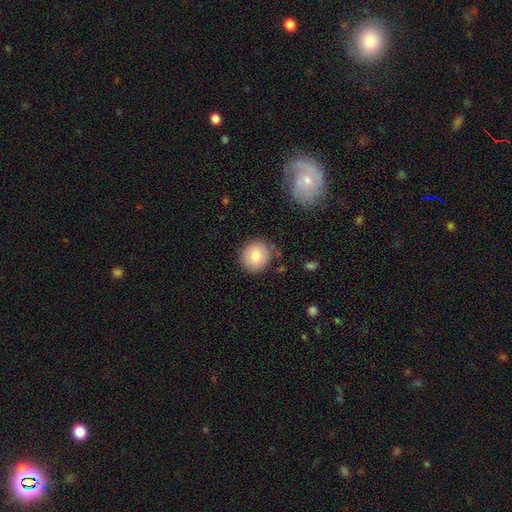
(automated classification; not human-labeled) A smooth galaxy with no disk features (80%) that is round (86%).

Vote fractions:
- Smooth or featured? smooth: 80% / featured or disk: 12% / star or artifact: 8%
- How rounded? round: 86% / in between: 13% / cigar-shaped: 1%
- Merging? none: 81% / minor disturbance: 13% / major disturbance: 3% / merger: 3%